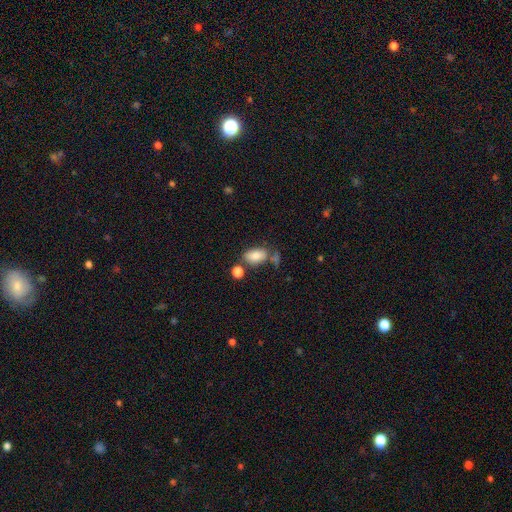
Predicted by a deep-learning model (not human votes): Smooth or featured? smooth (82%)
How rounded? in between (90%)
Merging? none (60%)